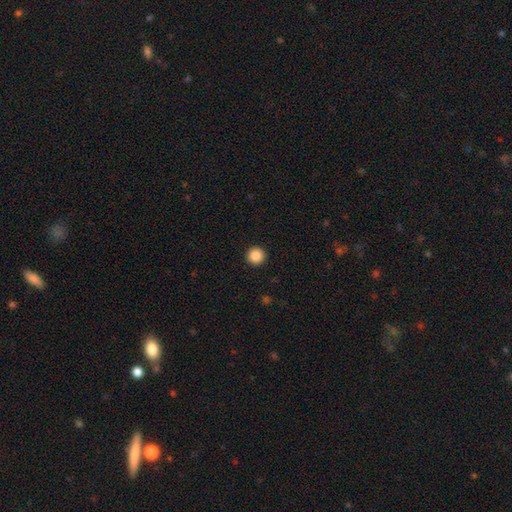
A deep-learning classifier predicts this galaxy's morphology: This appears to be a smooth galaxy with no disk features (87%) that is round (96%). Merging: none (94%).